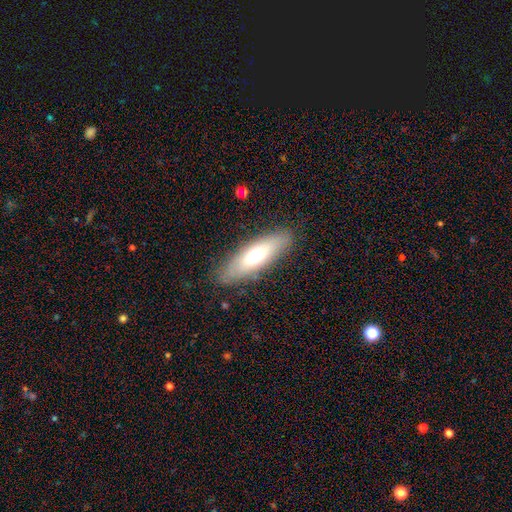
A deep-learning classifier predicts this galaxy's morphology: The model was most divided on "how rounded": in between: 51%, cigar-shaped: 48%, round: 2%. More confident: merging — none (85%); smooth or featured — smooth (65%).